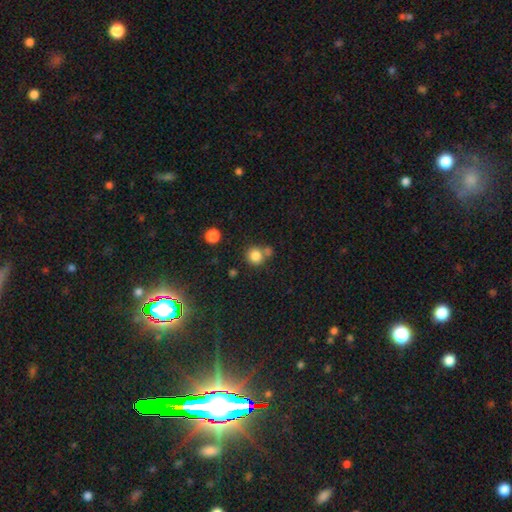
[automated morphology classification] The model was most divided on "merging": none: 60%, merger: 25%, minor disturbance: 10%, major disturbance: 4%. More confident: how rounded — round (88%); smooth or featured — smooth (82%).